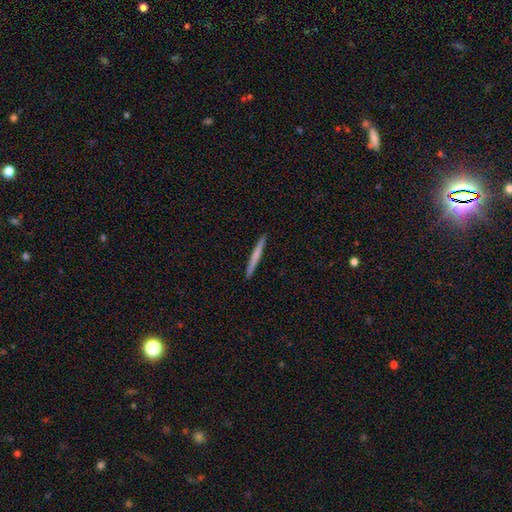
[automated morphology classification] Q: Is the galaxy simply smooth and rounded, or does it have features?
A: smooth — 59%.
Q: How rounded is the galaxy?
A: cigar-shaped — 97%.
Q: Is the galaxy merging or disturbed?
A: none — 93%.